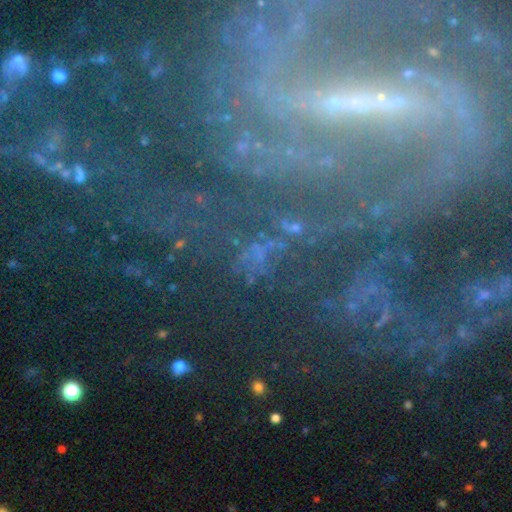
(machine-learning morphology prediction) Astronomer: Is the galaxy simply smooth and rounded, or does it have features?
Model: star or artifact — 63%.